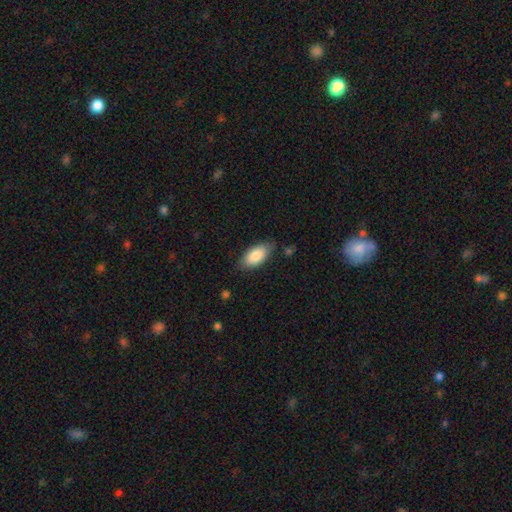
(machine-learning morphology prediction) The model was most divided on "merging": none: 78%, minor disturbance: 17%, major disturbance: 3%, merger: 2%. More confident: how rounded — in between (92%); smooth or featured — smooth (85%).